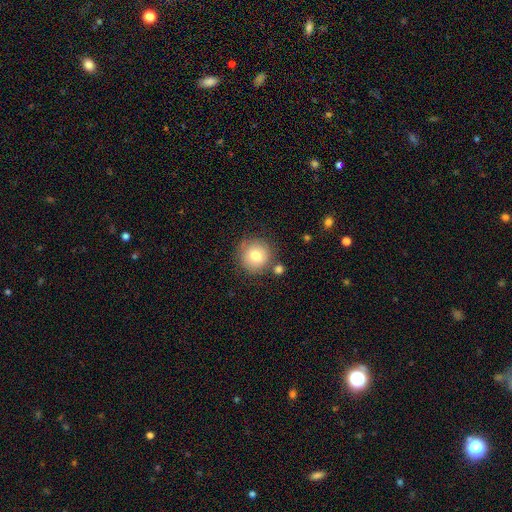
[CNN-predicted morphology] Overall: smooth (77%). How rounded: round (93%). Merging: none (77%).